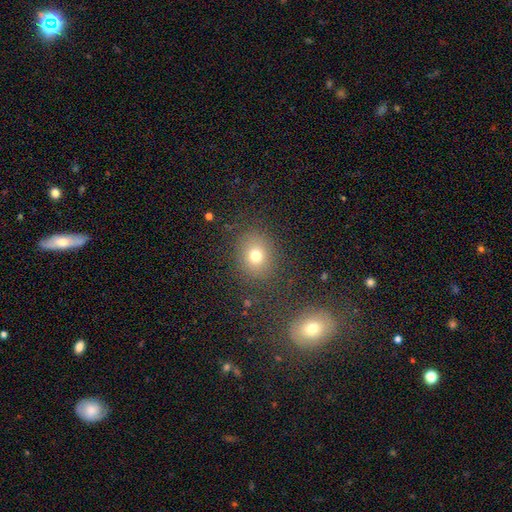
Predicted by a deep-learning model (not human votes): This appears to be a smooth galaxy with no disk features (73%) that is round (67%). Merging: none (82%).